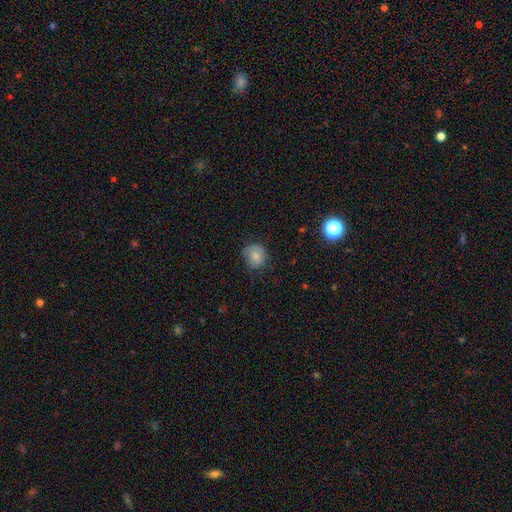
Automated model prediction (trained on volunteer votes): This appears to be a smooth galaxy with no disk features (79%) that is round (78%). Merging: none (63%).